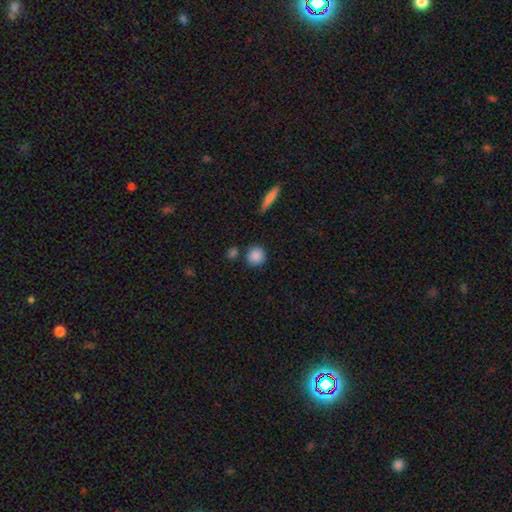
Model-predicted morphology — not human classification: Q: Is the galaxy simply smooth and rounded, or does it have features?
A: smooth — 87%.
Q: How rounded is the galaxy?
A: round — 90%.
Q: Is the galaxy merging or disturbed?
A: none — 82%.